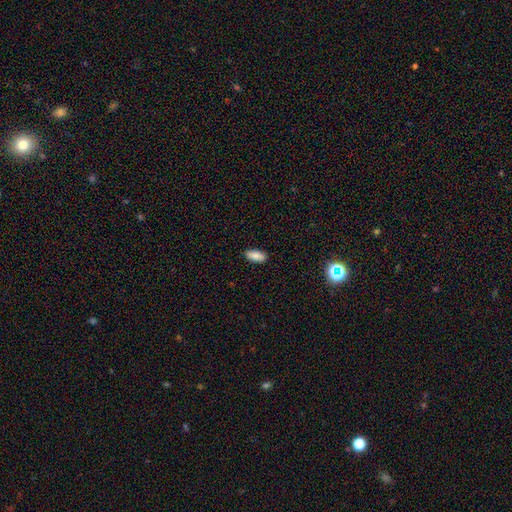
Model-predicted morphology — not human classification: The model was most divided on "smooth or featured": smooth: 85%, featured or disk: 8%, star or artifact: 7%. More confident: merging — none (89%); how rounded — in between (88%).